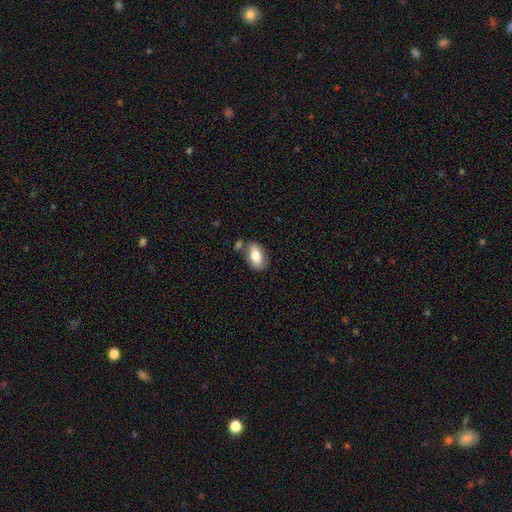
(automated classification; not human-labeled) smooth 78%, featured or disk 16%, star or artifact 6%. Down the decision tree: how rounded — in between (91%); merging — none (63%).